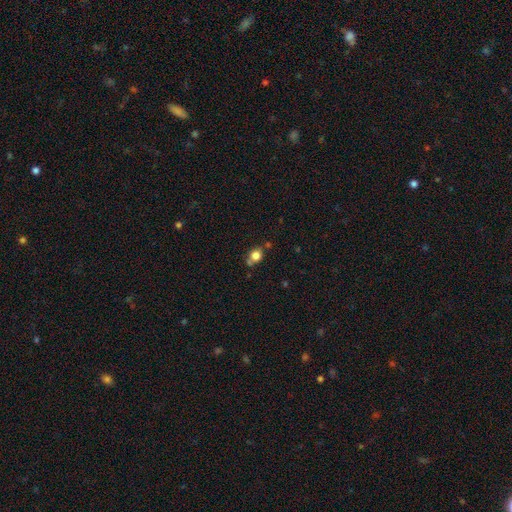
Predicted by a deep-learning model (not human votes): A smooth galaxy with no disk features (79%) that is round (64%).

Vote fractions:
- Smooth or featured? smooth: 79% / star or artifact: 12% / featured or disk: 9%
- How rounded? round: 64% / in between: 34% / cigar-shaped: 1%
- Merging? none: 63% / minor disturbance: 17% / merger: 16% / major disturbance: 5%